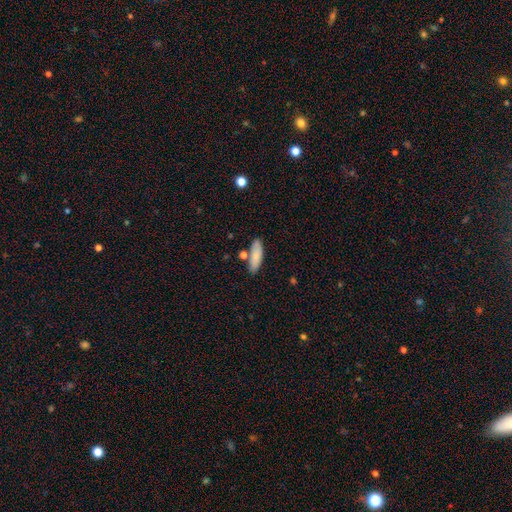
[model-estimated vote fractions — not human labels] The model was most divided on "how rounded": in between: 59%, cigar-shaped: 39%, round: 2%. More confident: smooth or featured — smooth (80%); merging — none (76%).